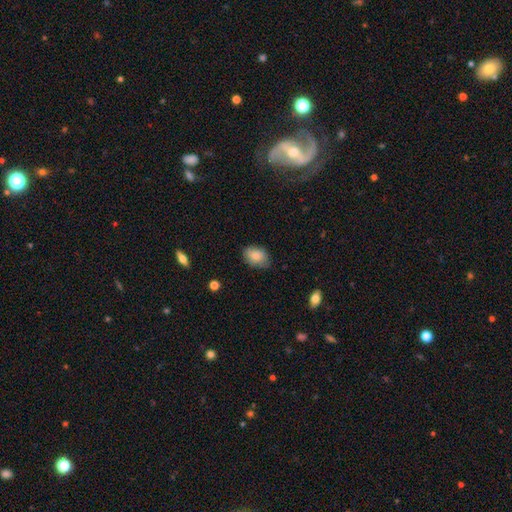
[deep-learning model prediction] This appears to be a smooth galaxy with no disk features (84%) that is in between round and cigar-shaped (78%). Merging: none (75%).